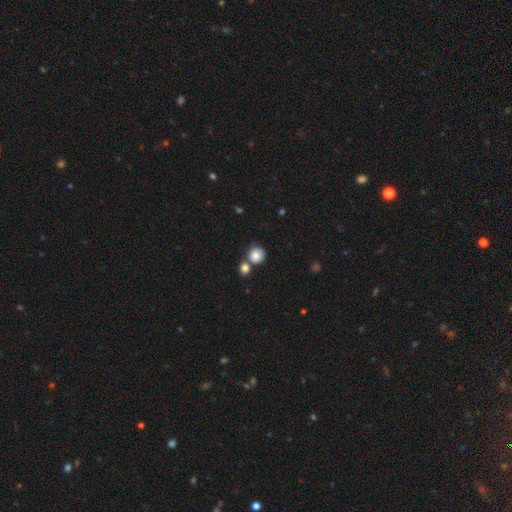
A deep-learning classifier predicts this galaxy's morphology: A smooth galaxy with no disk features (83%) that is round (89%).

Vote fractions:
- Smooth or featured? smooth: 83% / star or artifact: 9% / featured or disk: 7%
- How rounded? round: 89% / in between: 10% / cigar-shaped: 1%
- Merging? none: 57% / merger: 28% / minor disturbance: 11% / major disturbance: 4%